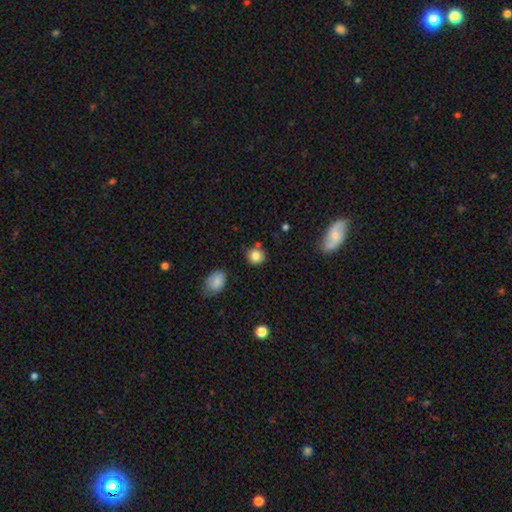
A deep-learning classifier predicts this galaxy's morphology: A smooth galaxy with no disk features (83%) that is round (85%).

Vote fractions:
- Smooth or featured? smooth: 83% / star or artifact: 10% / featured or disk: 6%
- How rounded? round: 85% / in between: 14% / cigar-shaped: 1%
- Merging? none: 78% / minor disturbance: 12% / merger: 7% / major disturbance: 3%